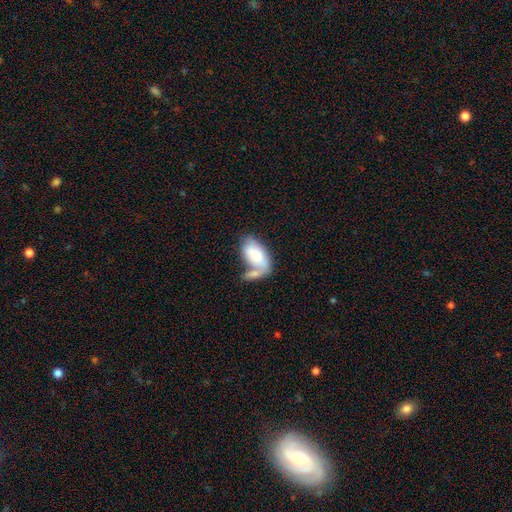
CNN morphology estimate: The model was most divided on "merging": merger: 43%, none: 28%, minor disturbance: 17%, major disturbance: 13%. More confident: how rounded — in between (94%); smooth or featured — smooth (73%).